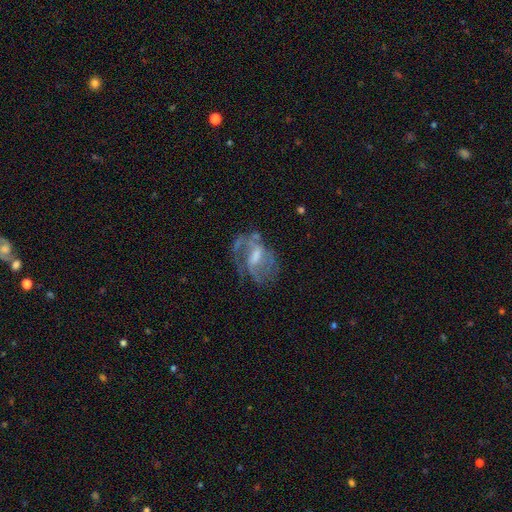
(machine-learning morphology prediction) Smooth or featured? featured or disk (72%)
Edge-on disk? no (95%)
Bar? weak (49%)
Spiral arms? yes (69%)
Bulge size? moderate (44%)
Merging? none (45%)